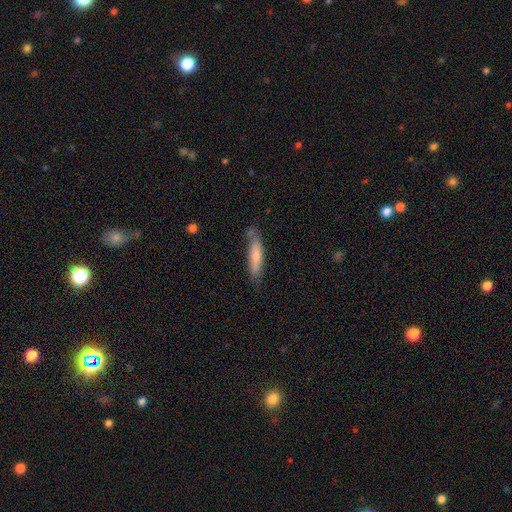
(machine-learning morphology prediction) A smooth galaxy with no disk features (73%) that is cigar-shaped (81%). Merging: none (73%).